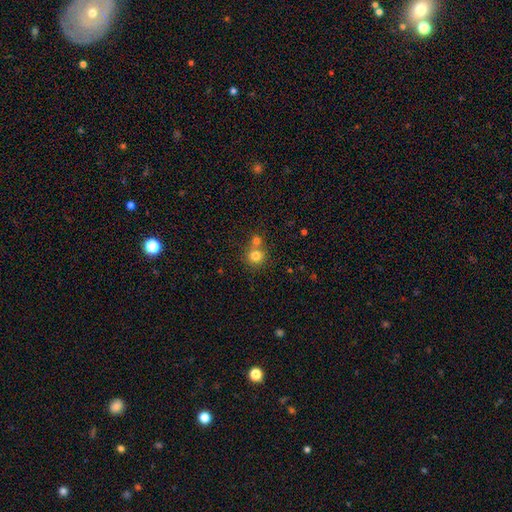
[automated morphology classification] Smooth or featured? Predicted: smooth (p=0.79). How rounded? Predicted: round (p=0.89). Merging? Predicted: none (p=0.52).